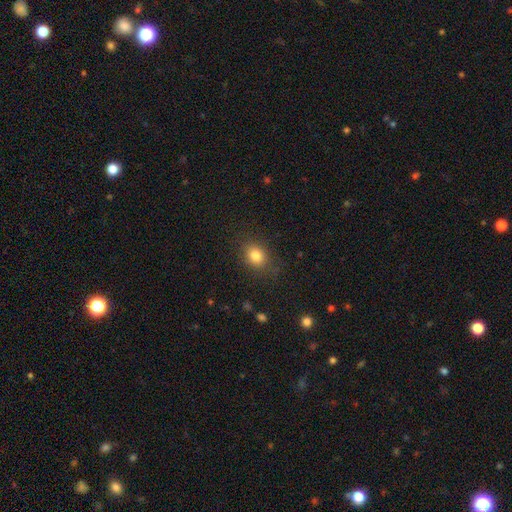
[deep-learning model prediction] smooth 82%, star or artifact 11%, featured or disk 7%. Down the decision tree: how rounded — round (52%); merging — none (81%).